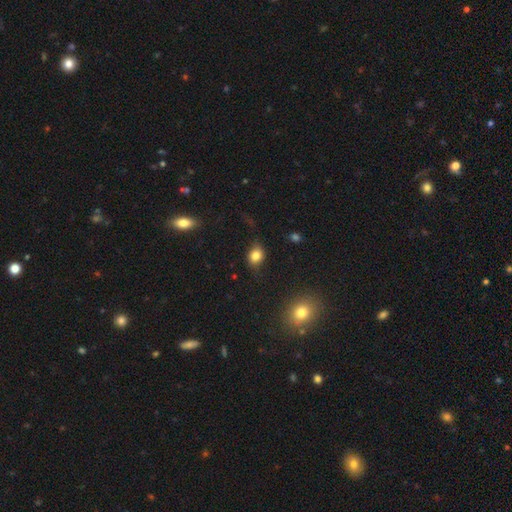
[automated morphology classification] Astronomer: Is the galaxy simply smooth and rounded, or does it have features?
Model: smooth — 80%.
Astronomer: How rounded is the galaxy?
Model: in between — 57% (runner-up: round, 42%).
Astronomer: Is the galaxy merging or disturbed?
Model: none — 74%.